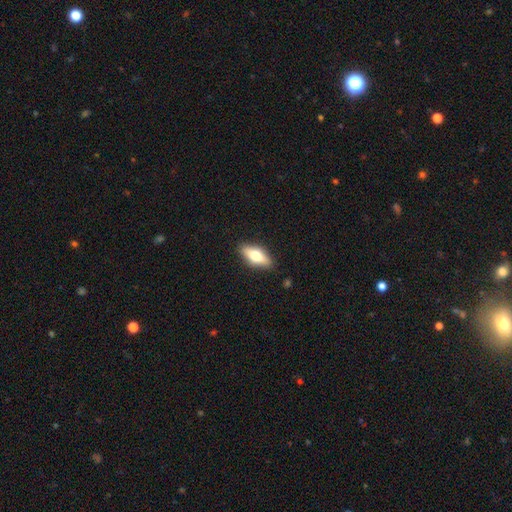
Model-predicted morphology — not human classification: smooth 60%, featured or disk 34%, star or artifact 7%. Down the decision tree: how rounded — in between (74%); merging — none (87%).